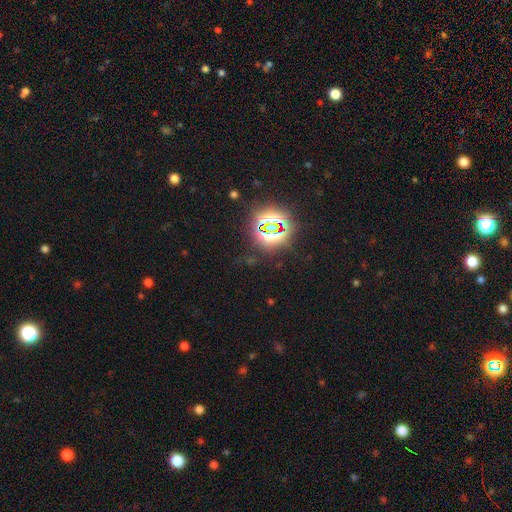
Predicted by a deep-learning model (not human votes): Smooth or featured?
  - star or artifact: 80% *
  - smooth: 14%
  - featured or disk: 6%